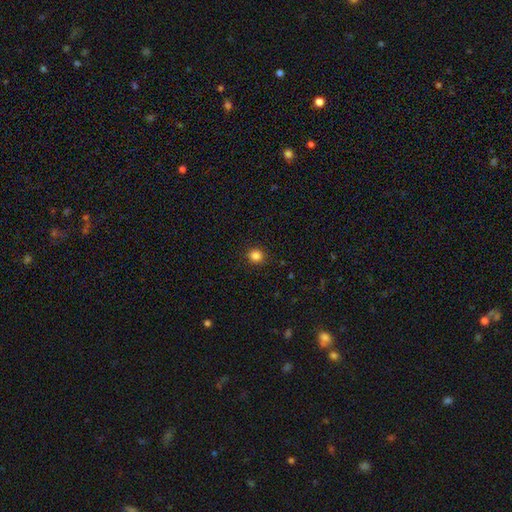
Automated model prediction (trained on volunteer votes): Q: Smooth or featured?
A: smooth (84%); runner-up: star or artifact (12%)
Q: How rounded?
A: round (90%); runner-up: in between (9%)
Q: Merging?
A: none (91%); runner-up: minor disturbance (6%)